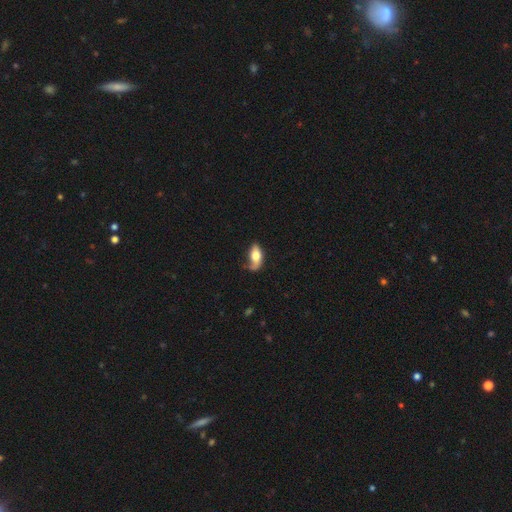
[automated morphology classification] Q: Smooth or featured?
A: smooth (61%); runner-up: featured or disk (33%)
Q: How rounded?
A: in between (84%); runner-up: cigar-shaped (11%)
Q: Merging?
A: none (43%); runner-up: minor disturbance (31%)